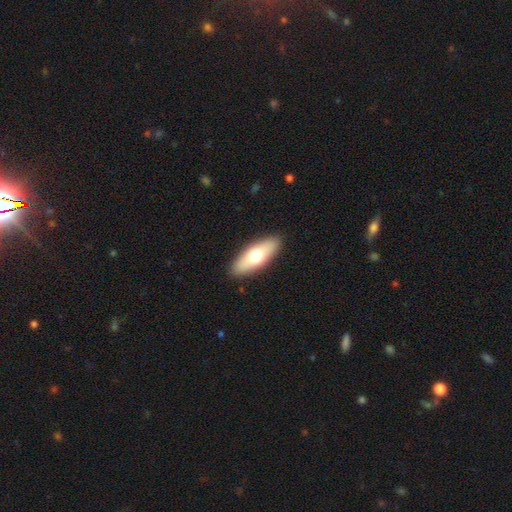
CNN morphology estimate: Q: Smooth or featured?
A: smooth (66%); runner-up: featured or disk (29%)
Q: How rounded?
A: in between (69%); runner-up: cigar-shaped (29%)
Q: Merging?
A: none (89%); runner-up: minor disturbance (8%)